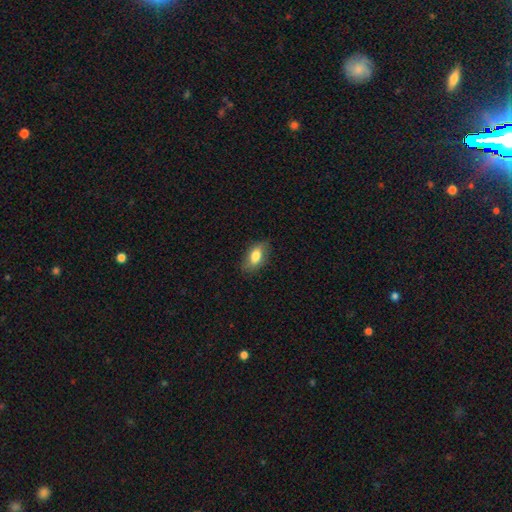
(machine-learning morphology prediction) Smooth or featured?
  - smooth: 76% *
  - featured or disk: 17%
  - star or artifact: 7%
How rounded?
  - in between: 88% *
  - cigar-shaped: 6%
  - round: 6%
Merging?
  - none: 80% *
  - minor disturbance: 16%
  - major disturbance: 4%
  - merger: 1%